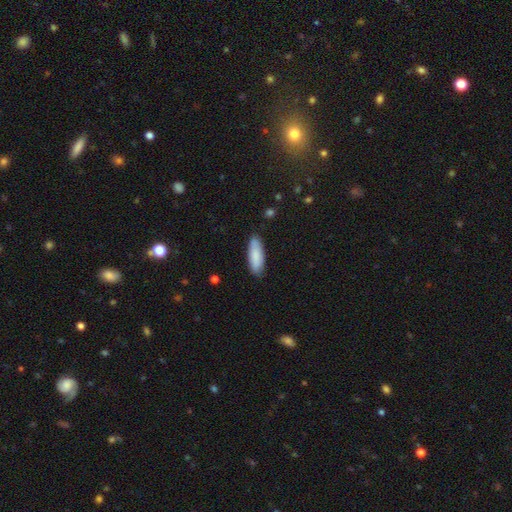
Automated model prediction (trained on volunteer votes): Overall: smooth (86%). How rounded: in between (58%; cigar-shaped 40%). Merging: none (85%).